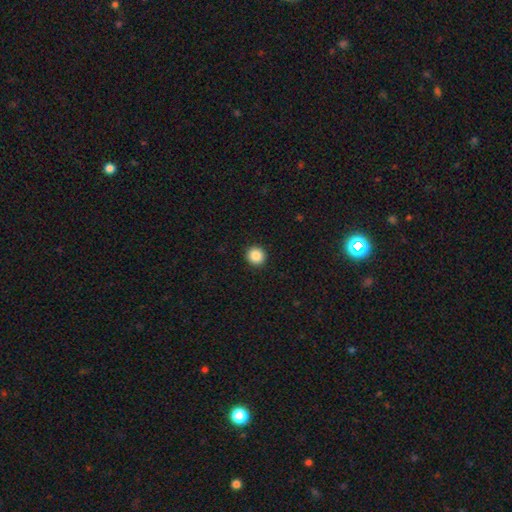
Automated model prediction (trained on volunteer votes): Smooth or featured? smooth (88%)
How rounded? round (92%)
Merging? none (93%)